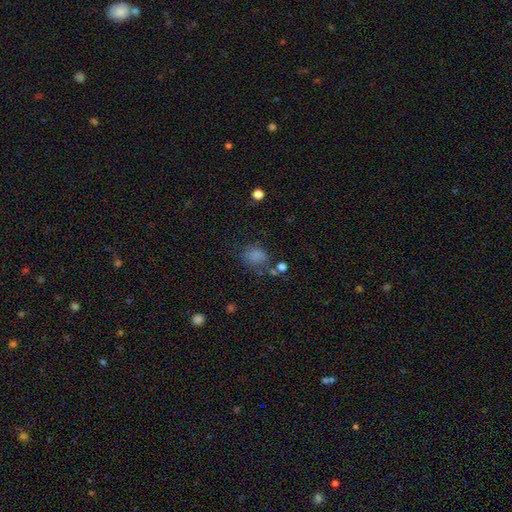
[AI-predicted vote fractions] Smooth or featured?
  - smooth: 75% *
  - star or artifact: 16%
  - featured or disk: 10%
How rounded?
  - in between: 50% *
  - round: 48%
  - cigar-shaped: 1%
Merging?
  - none: 57% *
  - minor disturbance: 22%
  - major disturbance: 14%
  - merger: 7%